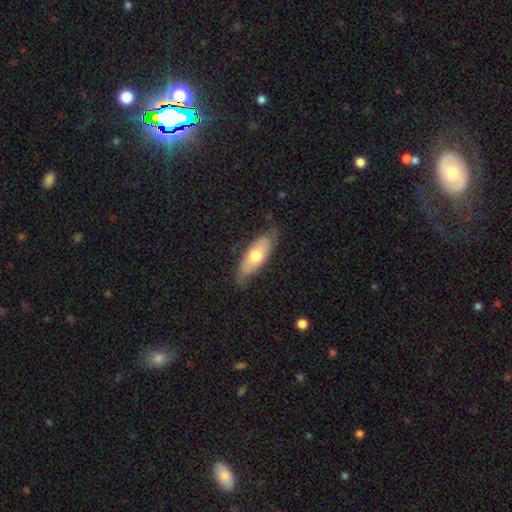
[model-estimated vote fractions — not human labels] Q: Smooth or featured?
A: smooth (58%); runner-up: featured or disk (36%)
Q: How rounded?
A: in between (69%); runner-up: cigar-shaped (29%)
Q: Merging?
A: none (73%); runner-up: minor disturbance (22%)